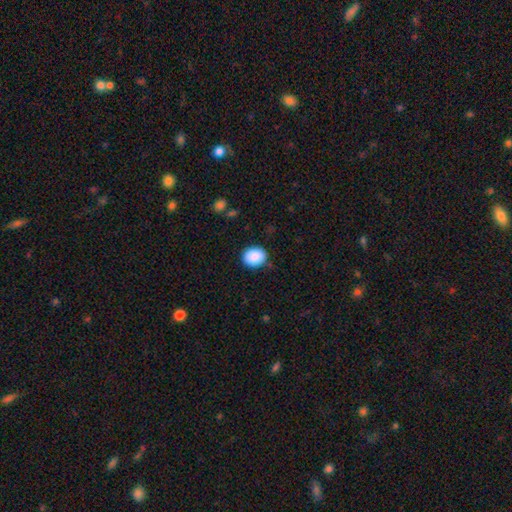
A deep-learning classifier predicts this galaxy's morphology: A smooth galaxy with no disk features (89%) that is in between round and cigar-shaped (54%).

Vote fractions:
- Smooth or featured? smooth: 89% / star or artifact: 7% / featured or disk: 4%
- How rounded? in between: 54% / round: 46% / cigar-shaped: 1%
- Merging? none: 86% / minor disturbance: 10% / major disturbance: 2% / merger: 1%